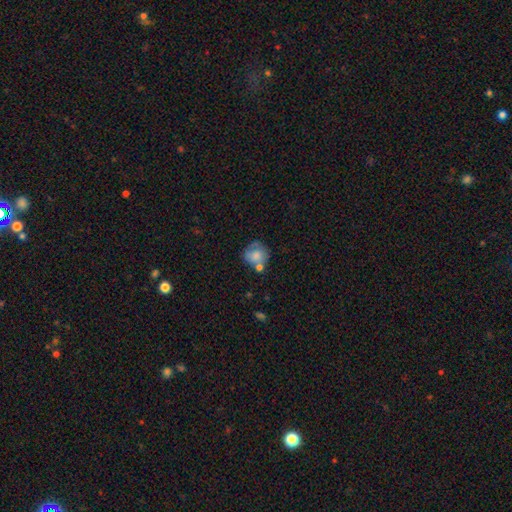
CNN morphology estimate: The model was most divided on "merging": none: 46%, minor disturbance: 23%, merger: 19%, major disturbance: 12%. More confident: how rounded — round (78%); smooth or featured — smooth (69%).